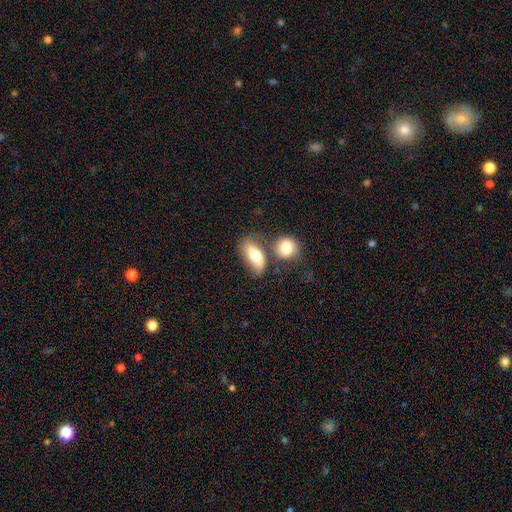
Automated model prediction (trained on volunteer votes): Overall: smooth (72%). How rounded: in between (82%). Merging: none (50%; merger 28%).